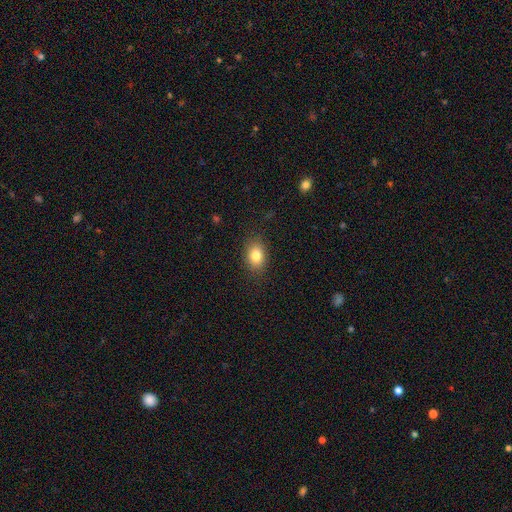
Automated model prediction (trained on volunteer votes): This appears to be a smooth galaxy with no disk features (81%) that is in between round and cigar-shaped (74%). Merging: none (86%).